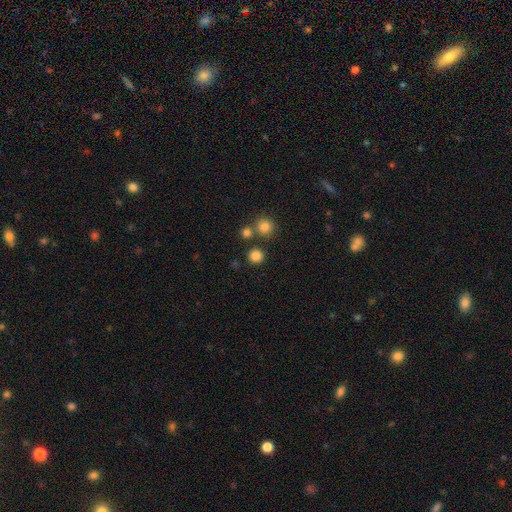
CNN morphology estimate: Smooth or featured: smooth — 83% (star or artifact — 13%)
How rounded: round — 92% (in between — 7%)
Merging: none — 82% (merger — 9%)